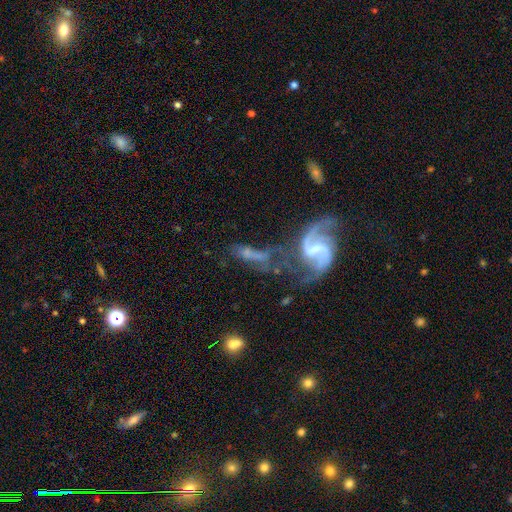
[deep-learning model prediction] Q: Smooth or featured?
A: featured or disk (75%); runner-up: smooth (15%)
Q: Edge-on disk?
A: no (93%); runner-up: yes (7%)
Q: Bar?
A: weak (45%); runner-up: no (31%)
Q: Spiral arms?
A: yes (83%); runner-up: no (17%)
Q: Spiral winding?
A: loose (63%); runner-up: medium (28%)
Q: Spiral arm count?
A: 2 (83%); runner-up: 1 (7%)
Q: Bulge size?
A: small (42%); runner-up: none (33%)
Q: Merging?
A: merger (39%); runner-up: none (27%)